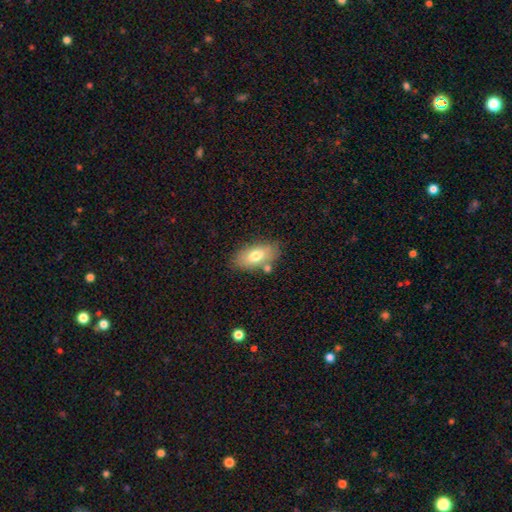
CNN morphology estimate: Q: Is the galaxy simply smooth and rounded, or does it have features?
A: smooth — 72%.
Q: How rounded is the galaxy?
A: in between — 90%.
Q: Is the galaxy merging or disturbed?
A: none — 73%.